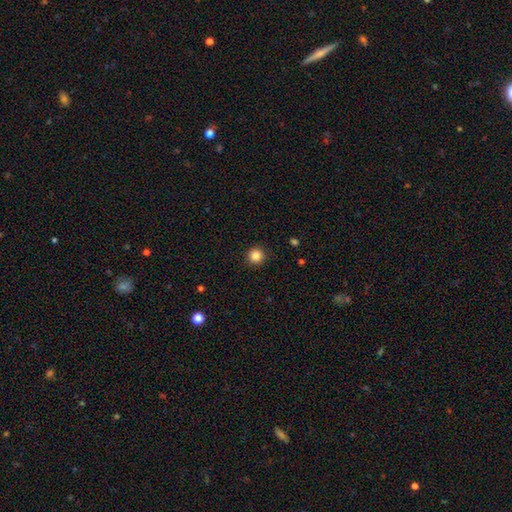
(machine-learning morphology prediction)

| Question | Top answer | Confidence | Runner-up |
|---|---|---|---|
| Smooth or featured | smooth | 85% | star or artifact (11%) |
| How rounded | round | 95% | in between (4%) |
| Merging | none | 92% | minor disturbance (5%) |